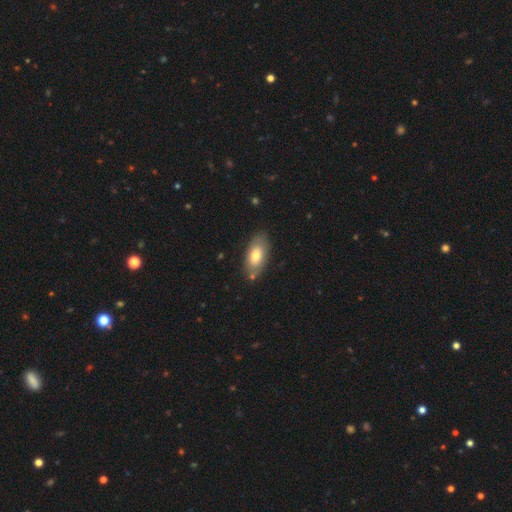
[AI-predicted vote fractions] Overall: smooth (70%). How rounded: in between (91%). Merging: none (76%).